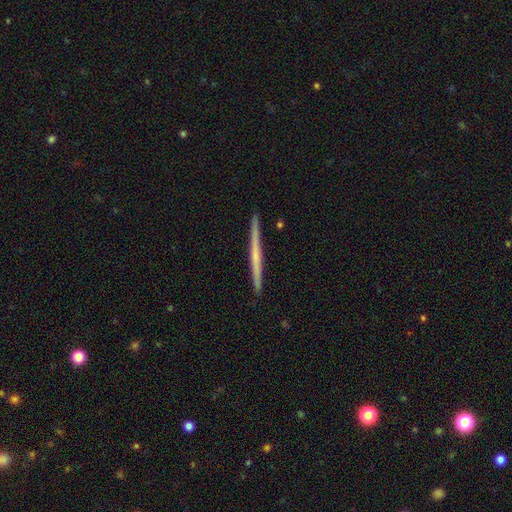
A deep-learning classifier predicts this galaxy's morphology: smooth_or_featured: featured or disk (p=0.60) [alt: smooth p=0.34]
disk_edge_on: yes (p=0.98) [alt: no p=0.02]
edge_on_bulge: none (p=0.73) [alt: rounded p=0.21]
merging: none (p=0.93) [alt: minor disturbance p=0.05]